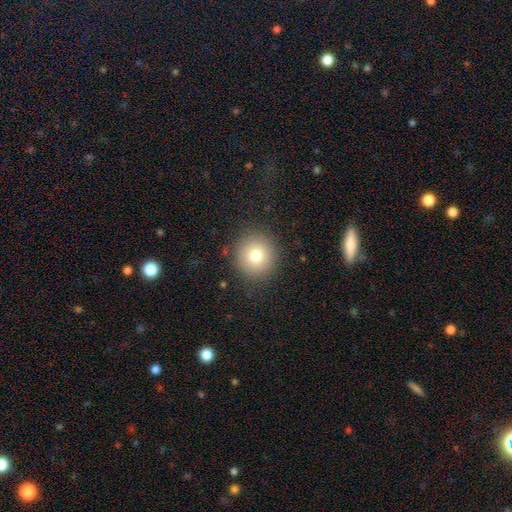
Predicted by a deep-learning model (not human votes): The model was most divided on "smooth or featured": smooth: 77%, star or artifact: 12%, featured or disk: 11%. More confident: how rounded — round (91%); merging — none (88%).